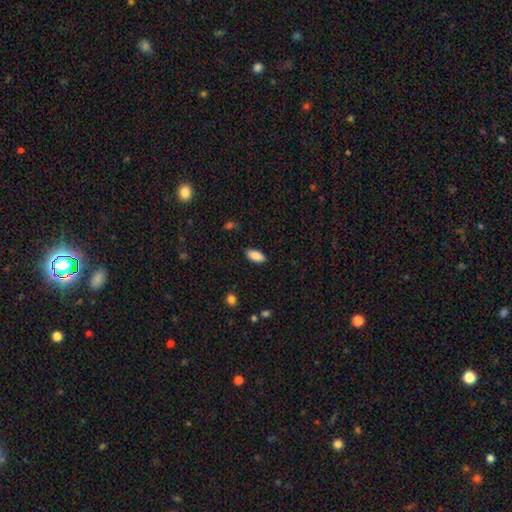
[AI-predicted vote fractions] smooth-or-featured: smooth: 88% | star or artifact: 7% | featured or disk: 5%
  how-rounded: in between: 90% | cigar-shaped: 8% | round: 2%
  merging: none: 87% | minor disturbance: 10% | major disturbance: 2% | merger: 1%